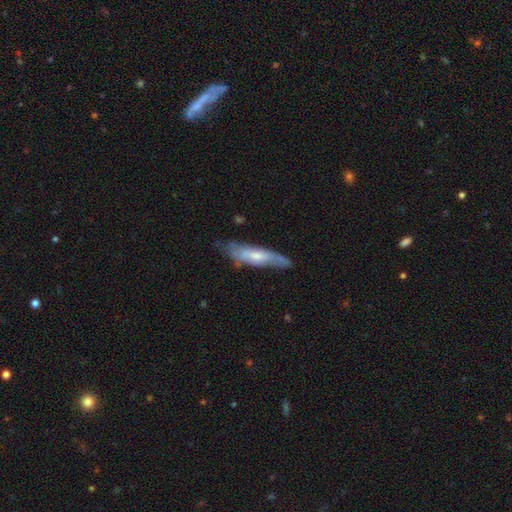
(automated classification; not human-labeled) featured or disk 49%, smooth 45%, star or artifact 6%. Down the decision tree: merging — none (59%).